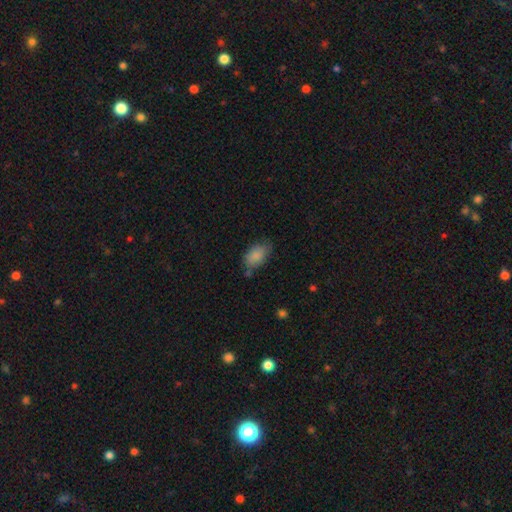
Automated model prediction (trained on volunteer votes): This is clearly a smooth galaxy (86%). How rounded: clearly in between (90%). Merging: likely none (65%).